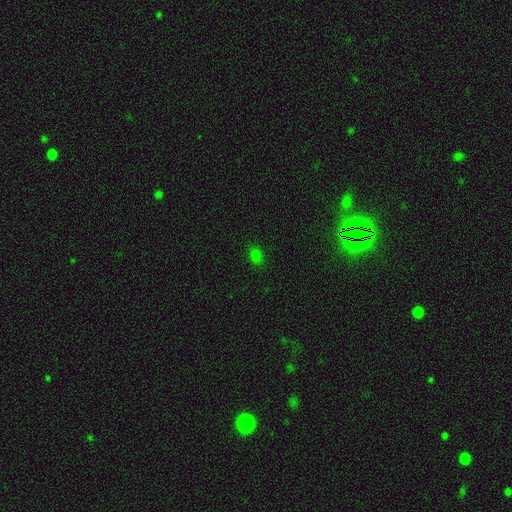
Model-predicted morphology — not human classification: The model was most divided on "how rounded": in between: 62%, round: 37%, cigar-shaped: 2%. More confident: merging — none (87%); smooth or featured — smooth (75%).